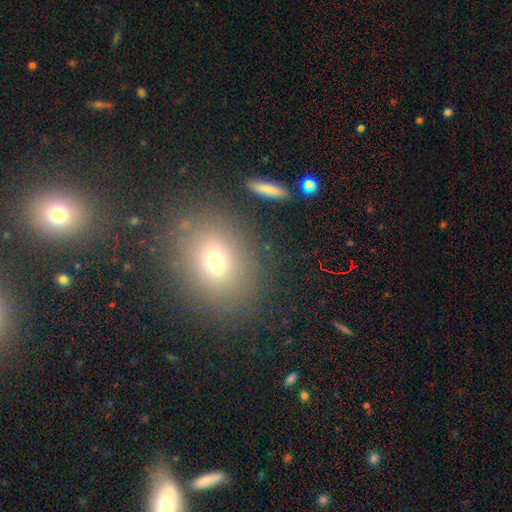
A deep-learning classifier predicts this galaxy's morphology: Overall: smooth (64%). How rounded: in between (55%; round 43%). Merging: none (83%).